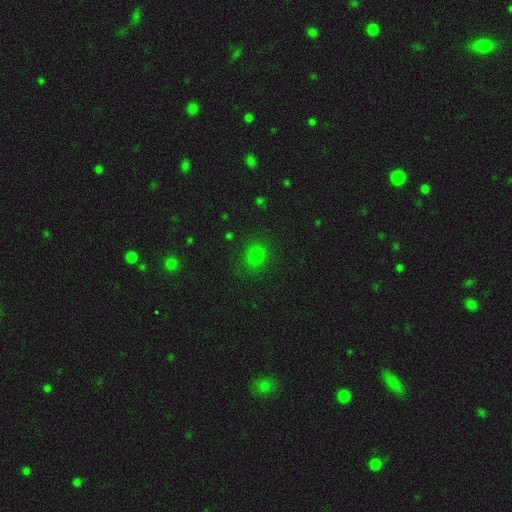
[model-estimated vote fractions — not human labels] This is likely a smooth galaxy (78%). How rounded: likely round (72%). Merging: clearly none (86%).